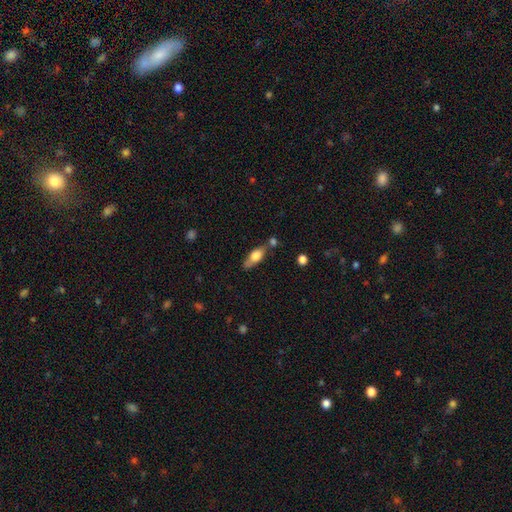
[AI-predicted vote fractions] A smooth galaxy with no disk features (61%) that is in between round and cigar-shaped (64%).

Vote fractions:
- Smooth or featured? smooth: 61% / featured or disk: 32% / star or artifact: 7%
- How rounded? in between: 64% / cigar-shaped: 31% / round: 4%
- Merging? none: 60% / minor disturbance: 20% / merger: 14% / major disturbance: 6%